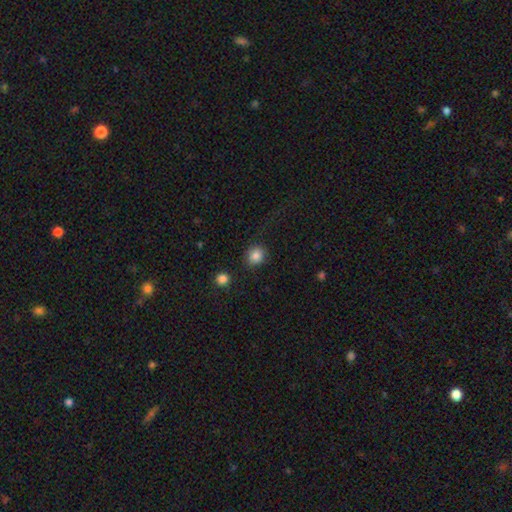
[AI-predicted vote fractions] Smooth or featured? Predicted: smooth (p=0.85). How rounded? Predicted: round (p=0.81). Merging? Predicted: none (p=0.84).